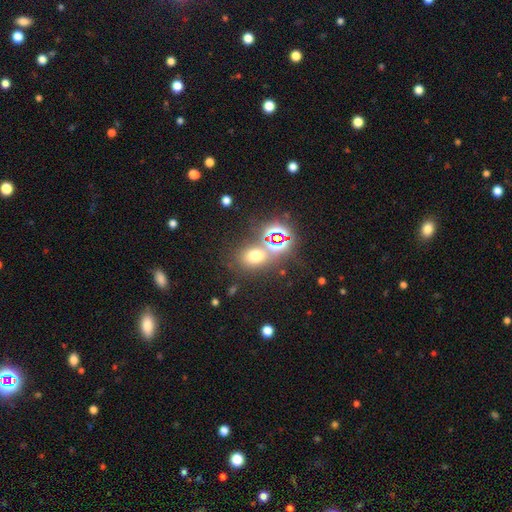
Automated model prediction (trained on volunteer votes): Smooth or featured?
  - smooth: 54% *
  - star or artifact: 35%
  - featured or disk: 10%
How rounded?
  - round: 50% *
  - in between: 48%
  - cigar-shaped: 2%
Merging?
  - none: 65% *
  - merger: 19%
  - minor disturbance: 11%
  - major disturbance: 6%